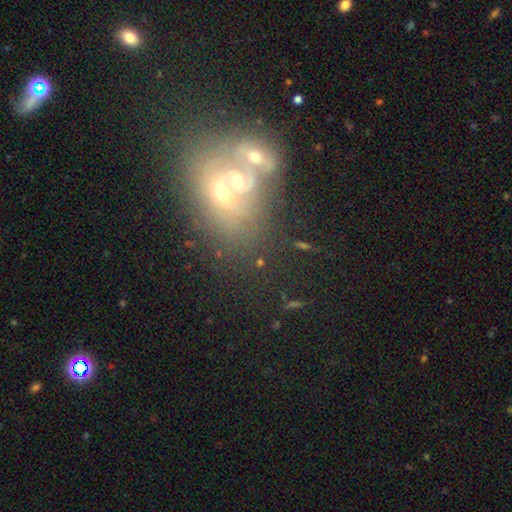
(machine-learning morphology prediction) Q: Smooth or featured?
A: smooth (38%); runner-up: featured or disk (33%)
Q: Merging?
A: merger (59%); runner-up: none (26%)